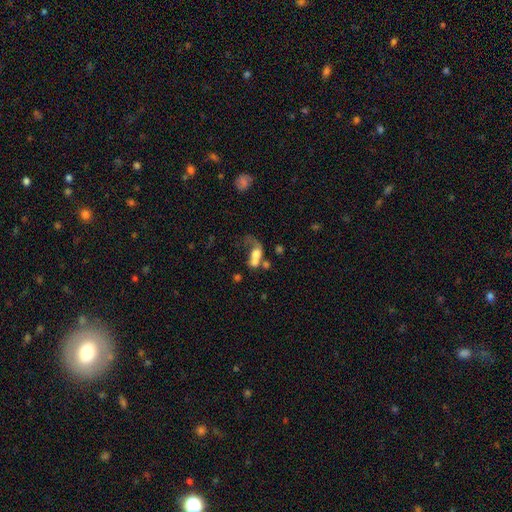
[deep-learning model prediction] Smooth or featured? Predicted: smooth (p=0.55). How rounded? Predicted: in between (p=0.65). Merging? Predicted: merger (p=0.57).